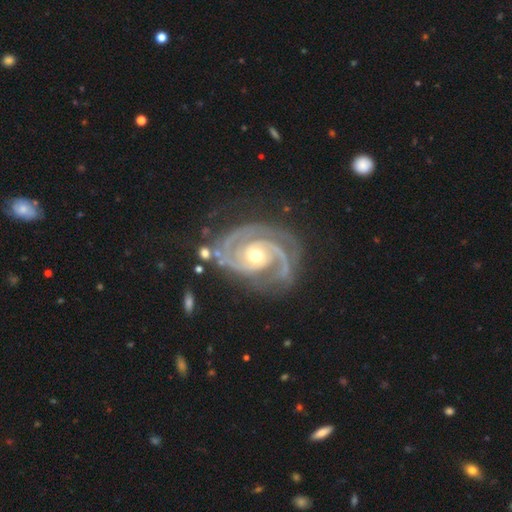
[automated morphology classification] A featured or disk galaxy (93%) with no bar (68%), 2 (57%) tight (60%) spiral arms (99%) and a moderate central bulge (71%).

Vote fractions:
- Smooth or featured? featured or disk: 93% / star or artifact: 4% / smooth: 3%
- Edge-on disk? no: 98% / yes: 2%
- Bar? no: 68% / weak: 23% / strong: 9%
- Spiral arms? yes: 99% / no: 1%
- Spiral winding? tight: 60% / medium: 36% / loose: 5%
- Spiral arm count? 2: 57% / 3: 28% / can't tell: 5% / 4: 4% / 1: 3% / more than 4: 3%
- Bulge size? moderate: 71% / small: 23% / large: 5% / none: 1% / dominant: 1%
- Merging? none: 71% / minor disturbance: 18% / major disturbance: 8% / merger: 3%